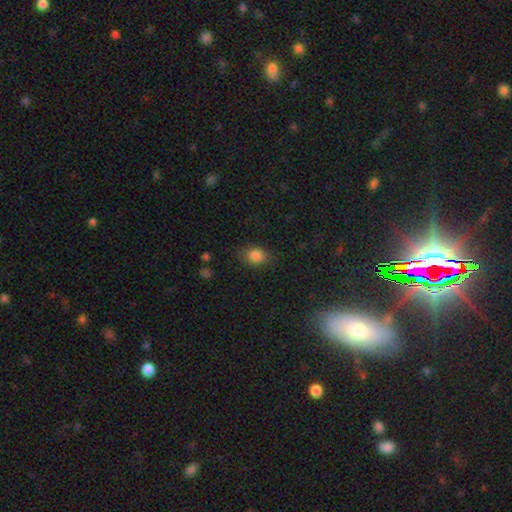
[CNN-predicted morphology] A smooth galaxy with no disk features (84%) that is in between round and cigar-shaped (60%). Merging: none (78%).